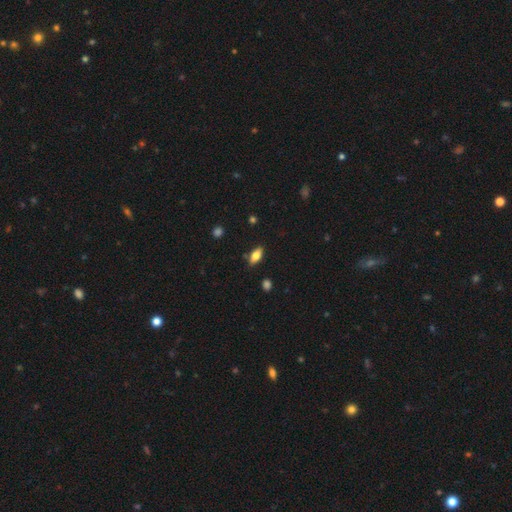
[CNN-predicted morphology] type=smooth (71%); roundness=in between (85%); merging=none (83%).